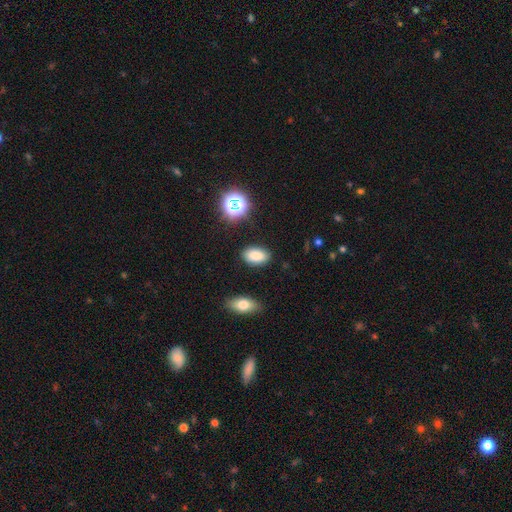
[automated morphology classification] Smooth or featured: smooth — 84% (star or artifact — 11%)
How rounded: in between — 90% (round — 9%)
Merging: none — 86% (minor disturbance — 10%)